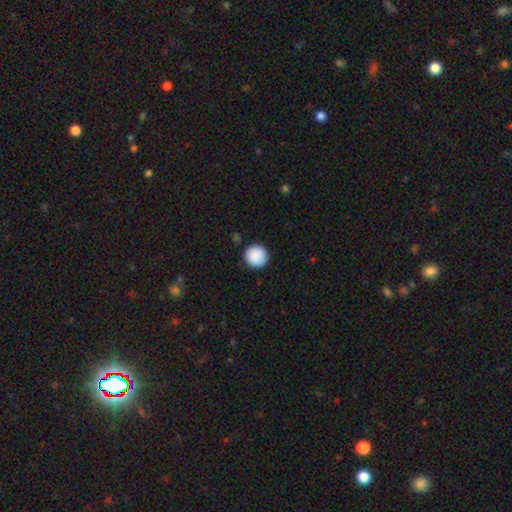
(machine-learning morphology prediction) Overall: smooth (89%). How rounded: round (96%). Merging: none (90%).